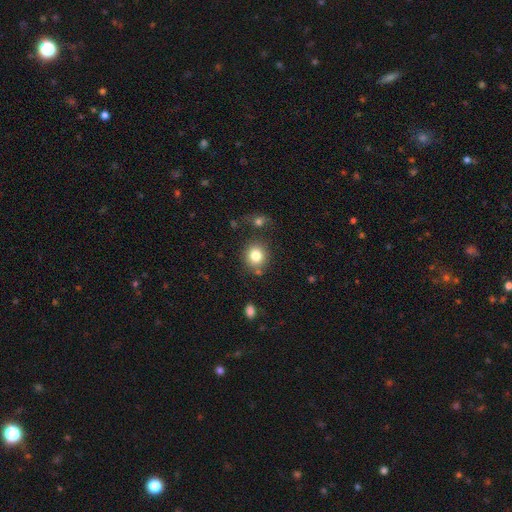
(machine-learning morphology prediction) smooth 81%, star or artifact 11%, featured or disk 8%. Down the decision tree: how rounded — round (83%); merging — none (79%).